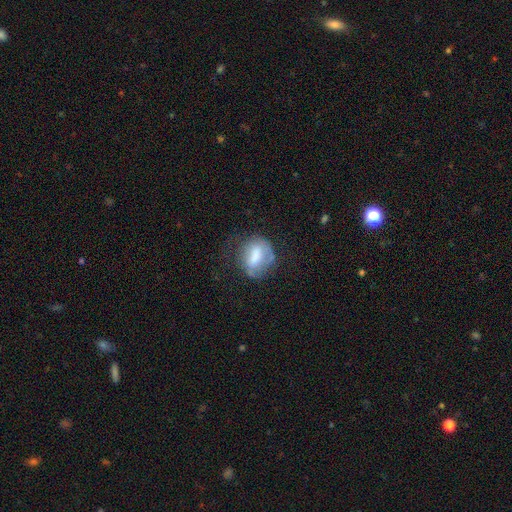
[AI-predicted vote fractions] Overall: smooth (56%; featured or disk 35%). How rounded: in between (52%; round 45%). Merging: none (42%; minor disturbance 29%).